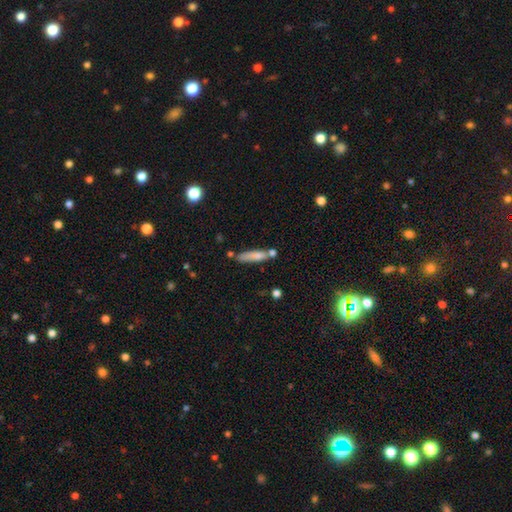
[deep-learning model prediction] Q: Smooth or featured?
A: smooth (73%); runner-up: featured or disk (20%)
Q: How rounded?
A: cigar-shaped (80%); runner-up: in between (18%)
Q: Merging?
A: none (59%); runner-up: minor disturbance (19%)